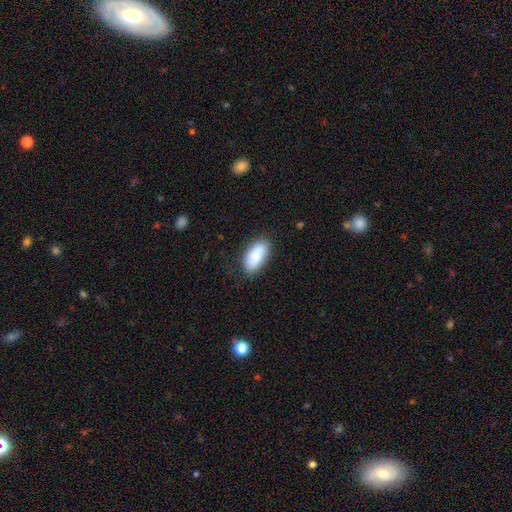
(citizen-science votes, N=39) Q: Smooth or featured?
A: smooth (82%); runner-up: featured or disk (13%)
Q: How rounded?
A: in between (84%); runner-up: cigar-shaped (9%)
Q: Merging?
A: none (81%); runner-up: minor disturbance (19%)